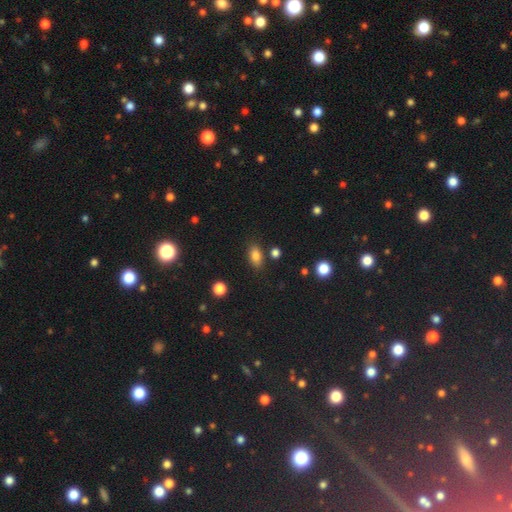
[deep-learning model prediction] The model was most divided on "merging": none: 81%, minor disturbance: 11%, merger: 4%, major disturbance: 3%. More confident: how rounded — in between (85%); smooth or featured — smooth (83%).